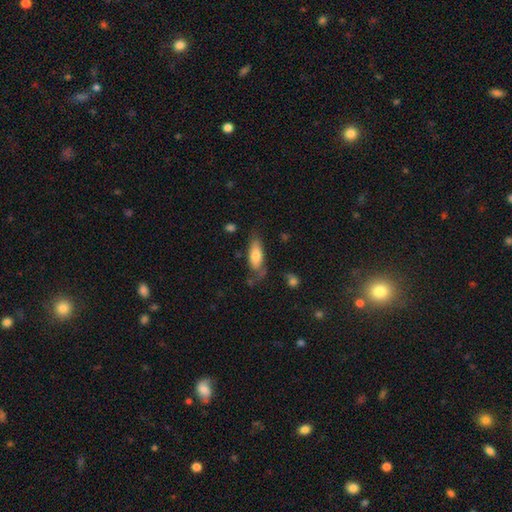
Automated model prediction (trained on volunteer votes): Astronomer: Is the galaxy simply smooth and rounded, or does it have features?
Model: smooth — 73%.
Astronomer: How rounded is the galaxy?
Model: in between — 75%.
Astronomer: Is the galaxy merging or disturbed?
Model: none — 56%.